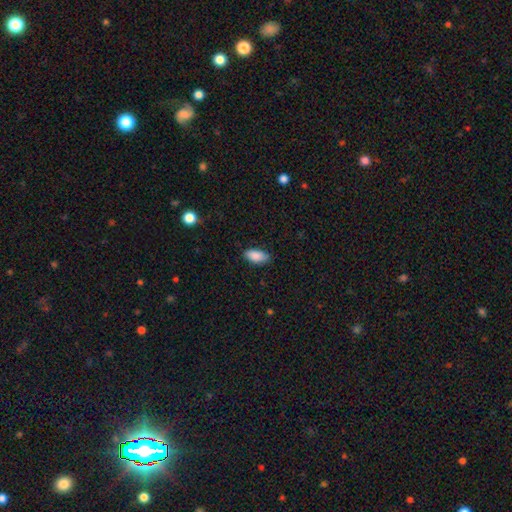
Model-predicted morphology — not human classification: Smooth or featured? Predicted: smooth (p=0.88). How rounded? Predicted: in between (p=0.91). Merging? Predicted: none (p=0.82).